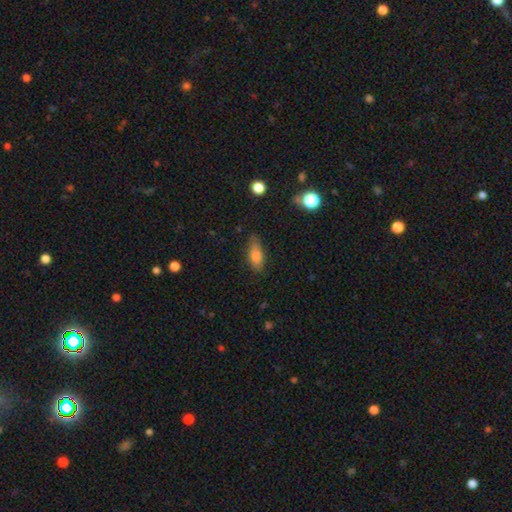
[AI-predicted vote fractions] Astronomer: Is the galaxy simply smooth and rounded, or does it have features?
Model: smooth — 77%.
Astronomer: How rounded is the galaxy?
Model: in between — 74%.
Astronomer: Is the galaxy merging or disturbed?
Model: none — 72%.